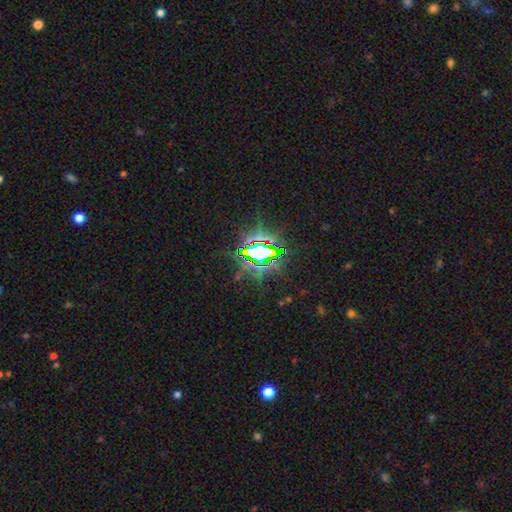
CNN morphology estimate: This appears to be a star or artifact, not a galaxy (80%).